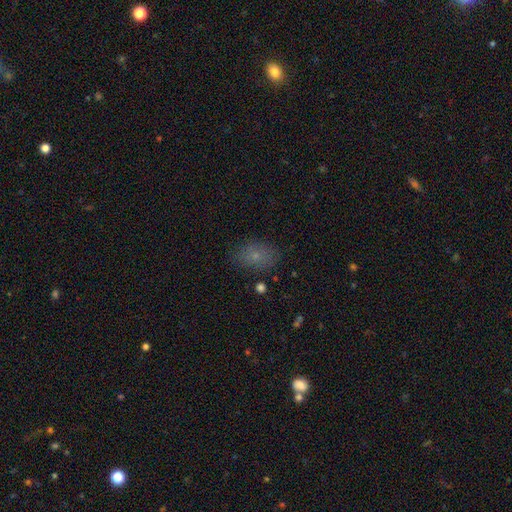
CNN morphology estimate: The model was most divided on "smooth or featured": smooth: 71%, star or artifact: 15%, featured or disk: 14%. More confident: how rounded — in between (78%); merging — none (78%).